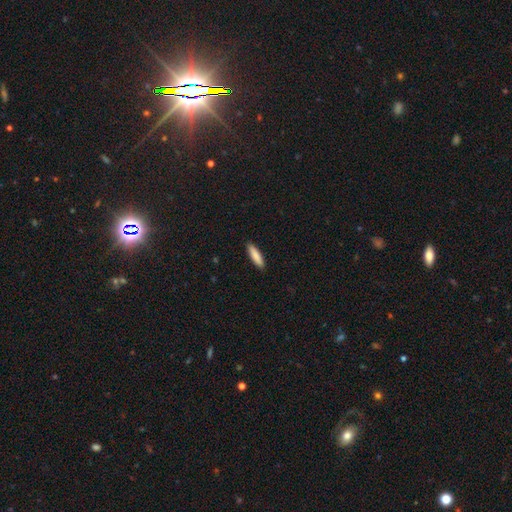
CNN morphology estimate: Smooth or featured? Predicted: smooth (p=0.86). How rounded? Predicted: cigar-shaped (p=0.74). Merging? Predicted: none (p=0.91).